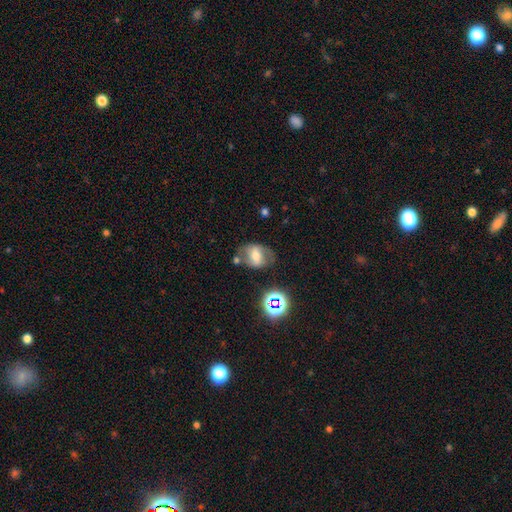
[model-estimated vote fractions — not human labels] Smooth or featured?
  - featured or disk: 46% *
  - smooth: 41%
  - star or artifact: 14%
Merging?
  - none: 59% *
  - minor disturbance: 21%
  - major disturbance: 11%
  - merger: 8%